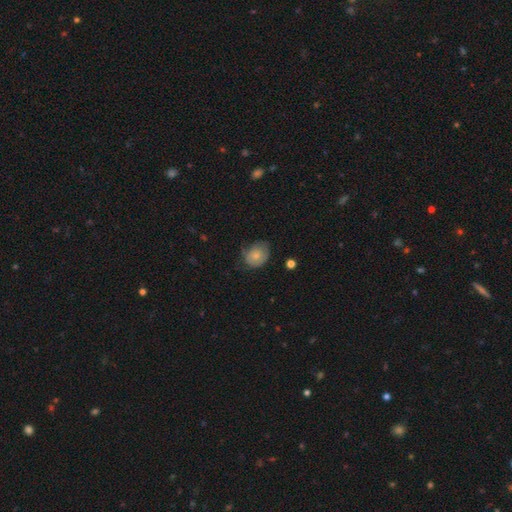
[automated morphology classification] A smooth galaxy with no disk features (72%) that is round (52%). Merging: none (51%).